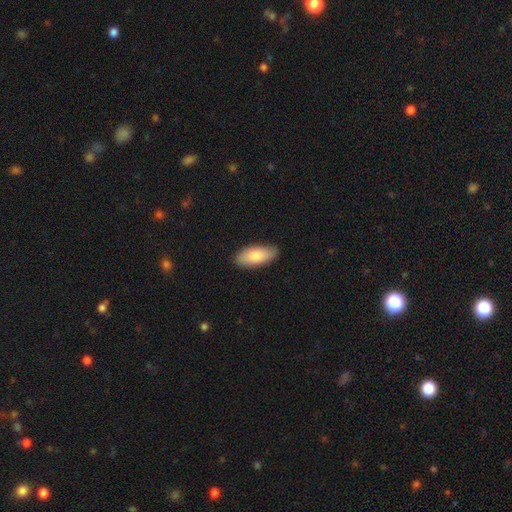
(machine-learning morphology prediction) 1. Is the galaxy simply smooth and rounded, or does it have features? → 82% smooth, 13% featured or disk, 6% star or artifact.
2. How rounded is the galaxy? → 86% in between, 12% cigar-shaped, 2% round.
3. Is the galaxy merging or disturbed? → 87% none, 10% minor disturbance, 2% major disturbance, 1% merger.